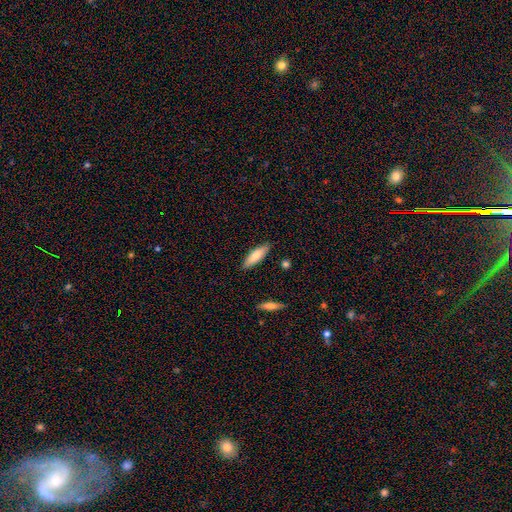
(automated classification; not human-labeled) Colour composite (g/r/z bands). It shows a smooth galaxy with no disk features (77%) that is cigar-shaped (56%). Merging: none (87%).